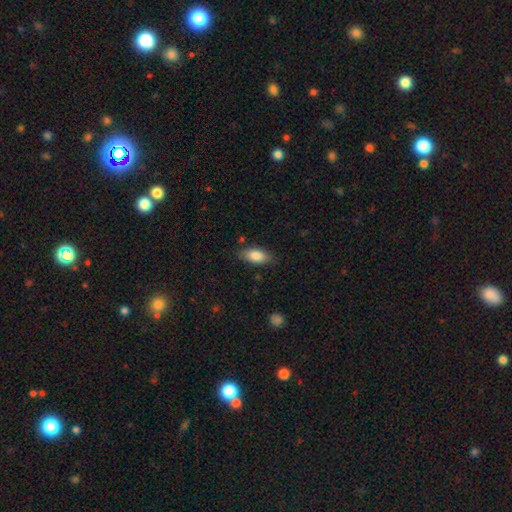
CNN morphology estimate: Overall: smooth (84%). How rounded: in between (88%). Merging: none (81%).